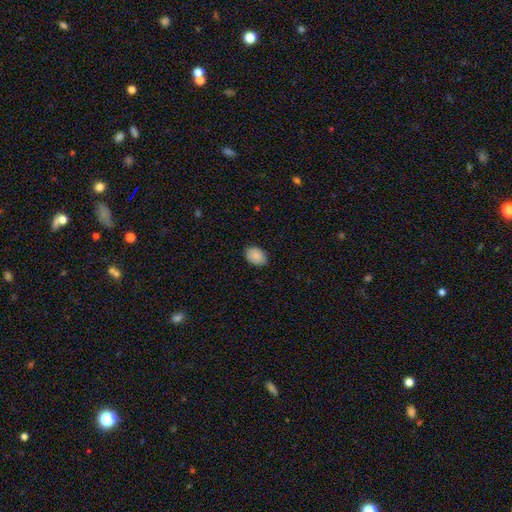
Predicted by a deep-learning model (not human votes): A smooth galaxy with no disk features (89%) that is in between round and cigar-shaped (79%).

Vote fractions:
- Smooth or featured? smooth: 89% / star or artifact: 7% / featured or disk: 4%
- How rounded? in between: 79% / round: 21% / cigar-shaped: 1%
- Merging? none: 87% / minor disturbance: 10% / major disturbance: 2% / merger: 1%